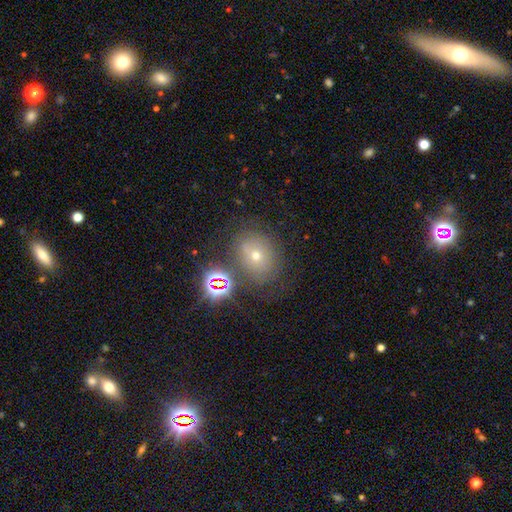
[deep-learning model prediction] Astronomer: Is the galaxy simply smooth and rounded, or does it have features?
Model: smooth — 49% (runner-up: star or artifact, 28%).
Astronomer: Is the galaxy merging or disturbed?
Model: none — 68%.